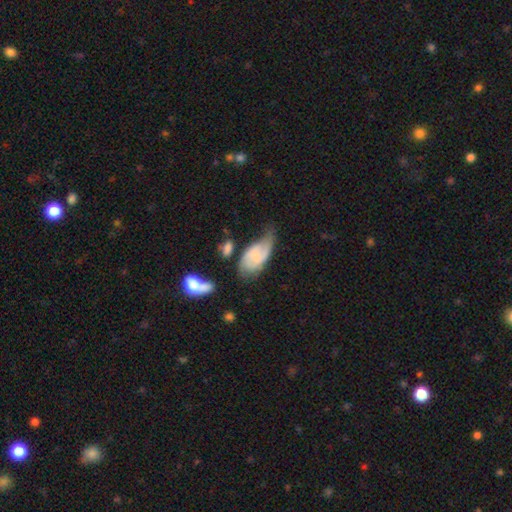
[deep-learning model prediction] Smooth or featured? Predicted: featured or disk (p=0.57). Edge-on disk? Predicted: no (p=0.94). Bar? Predicted: weak (p=0.44, tied with no). Spiral arms? Predicted: yes (p=0.86). Bulge size? Predicted: small (p=0.52). Merging? Predicted: none (p=0.36).